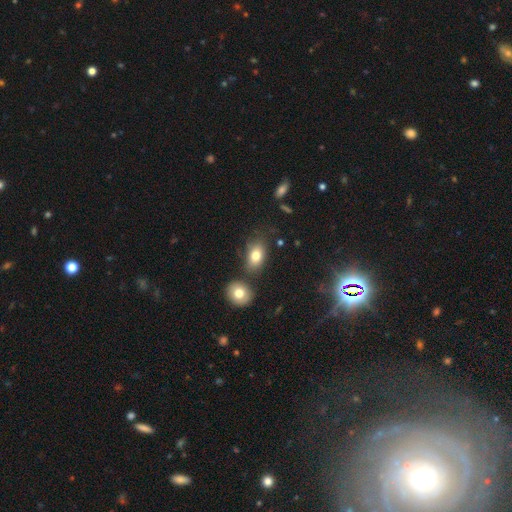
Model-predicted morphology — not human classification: Smooth or featured? Predicted: smooth (p=0.79). How rounded? Predicted: in between (p=0.83). Merging? Predicted: none (p=0.62).